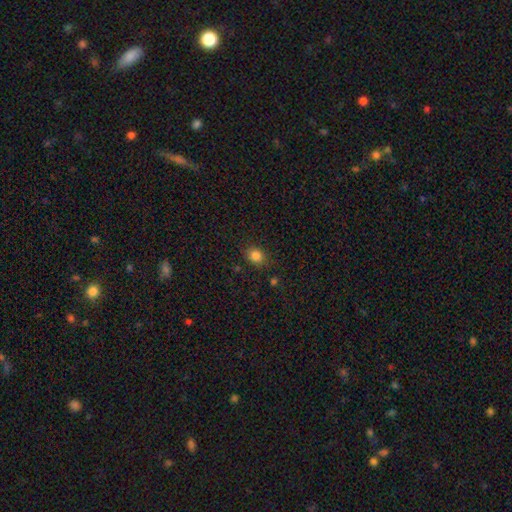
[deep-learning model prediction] Morphology: type=smooth (83%); roundness=round (57%); merging=none (84%).